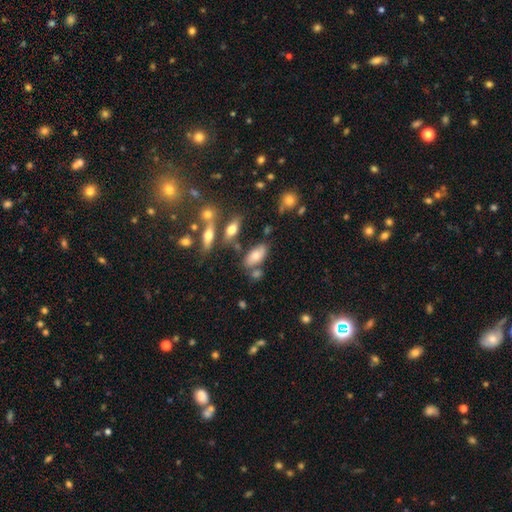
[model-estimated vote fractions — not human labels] A smooth galaxy with no disk features (74%) that is in between round and cigar-shaped (88%). Merging: none (65%).